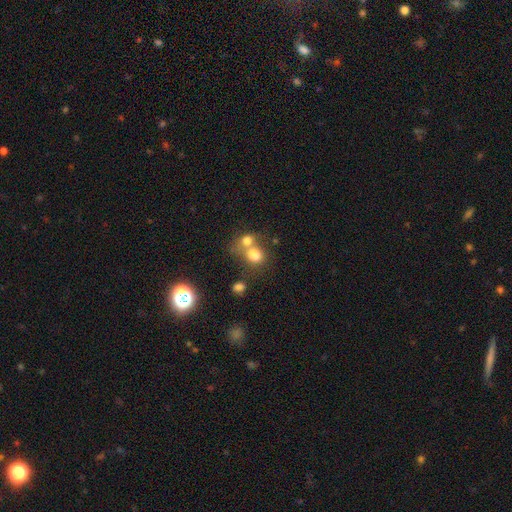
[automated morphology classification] smooth-or-featured: smooth: 75% | star or artifact: 13% | featured or disk: 12%
  how-rounded: round: 55% | in between: 44% | cigar-shaped: 1%
  merging: merger: 55% | none: 31% | minor disturbance: 9% | major disturbance: 6%